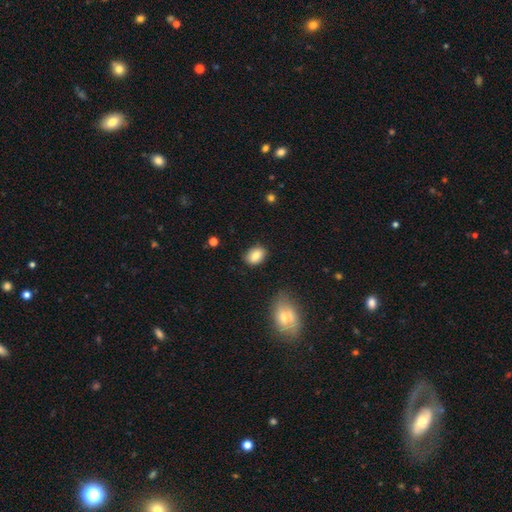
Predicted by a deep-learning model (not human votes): smooth-or-featured: smooth: 83% | featured or disk: 8% | star or artifact: 8%
  how-rounded: in between: 75% | round: 23% | cigar-shaped: 1%
  merging: none: 85% | minor disturbance: 11% | major disturbance: 2% | merger: 2%